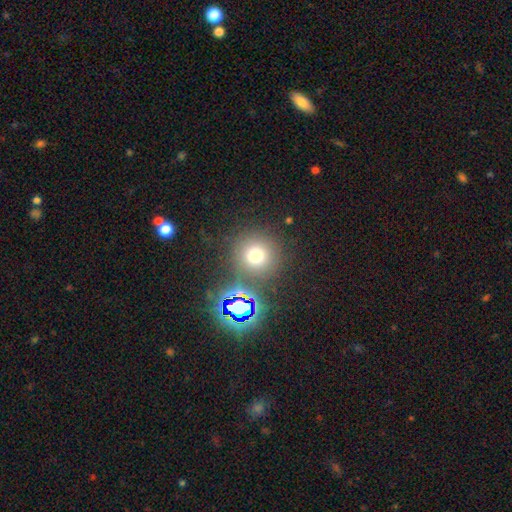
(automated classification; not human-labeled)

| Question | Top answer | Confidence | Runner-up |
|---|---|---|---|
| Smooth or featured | smooth | 67% | star or artifact (24%) |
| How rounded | round | 93% | in between (6%) |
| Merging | none | 82% | minor disturbance (8%) |